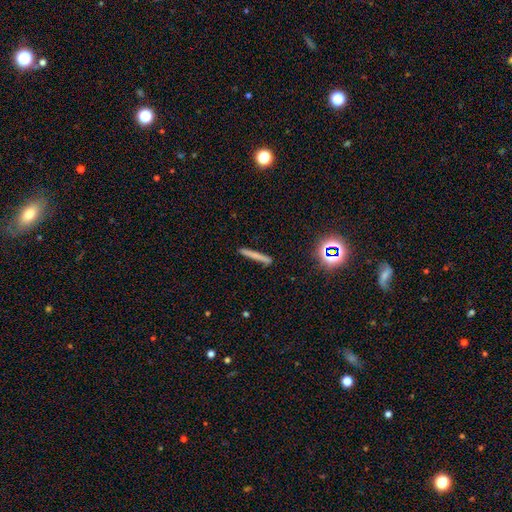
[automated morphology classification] This is likely a smooth galaxy (66%). How rounded: clearly cigar-shaped (95%). Merging: clearly none (89%).